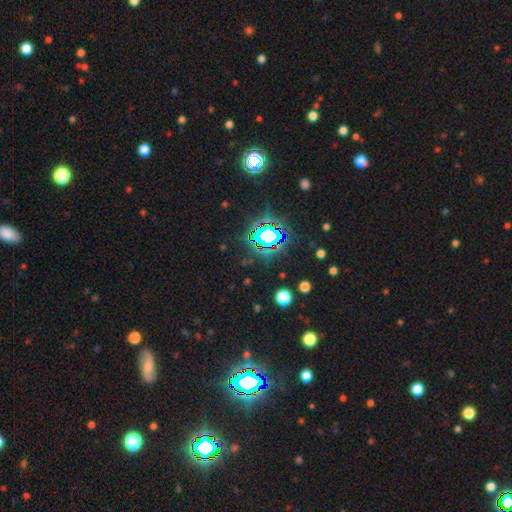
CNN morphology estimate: This appears to be a star or artifact, not a galaxy (83%).